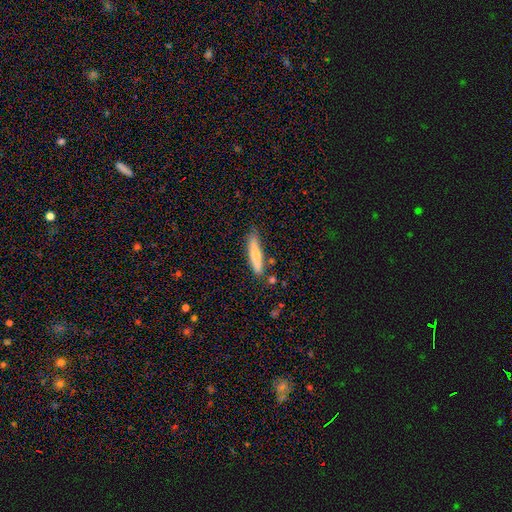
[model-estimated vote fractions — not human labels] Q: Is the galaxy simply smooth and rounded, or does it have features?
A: smooth — 67%.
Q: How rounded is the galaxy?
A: cigar-shaped — 86%.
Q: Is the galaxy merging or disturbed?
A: none — 79%.